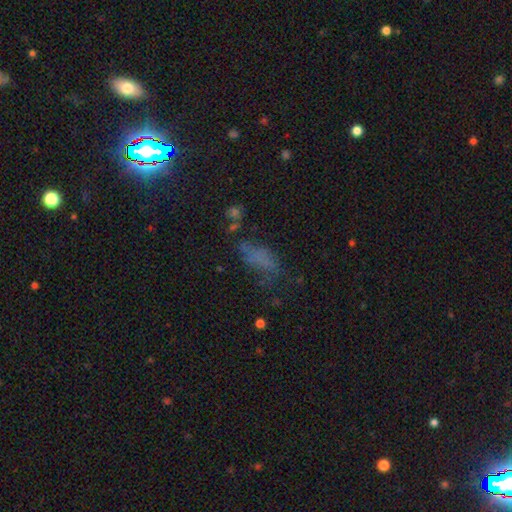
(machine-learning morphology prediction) Overall: smooth (49%; star or artifact 31%). Merging: none (45%; minor disturbance 25%).